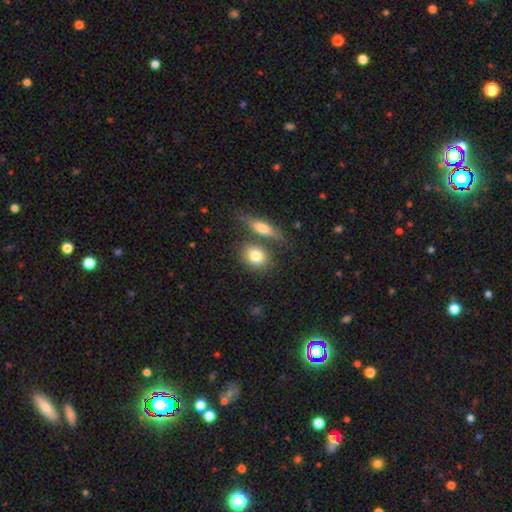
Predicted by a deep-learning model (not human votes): This is likely a smooth galaxy (78%). How rounded: possibly in between (50%). Merging: possibly none (56%).